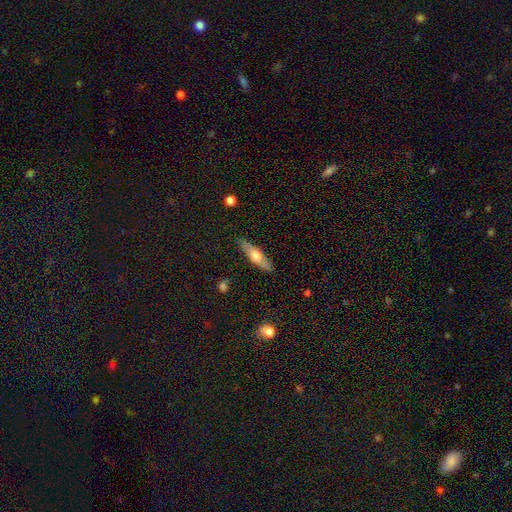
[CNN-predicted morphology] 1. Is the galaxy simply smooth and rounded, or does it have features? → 48% smooth, 46% featured or disk, 6% star or artifact.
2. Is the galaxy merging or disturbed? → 86% none, 10% minor disturbance, 2% major disturbance, 1% merger.